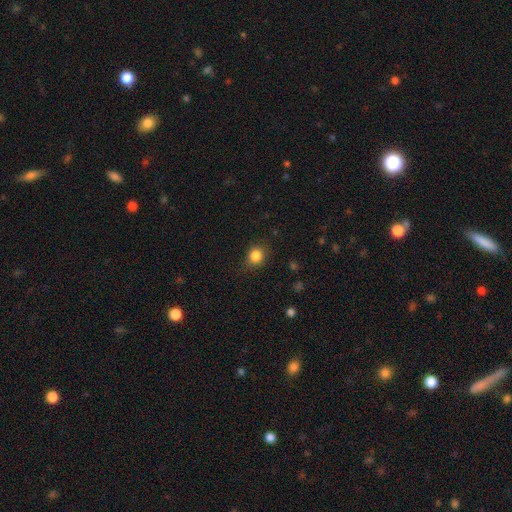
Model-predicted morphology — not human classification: type=smooth (84%); roundness=round (77%); merging=none (80%).